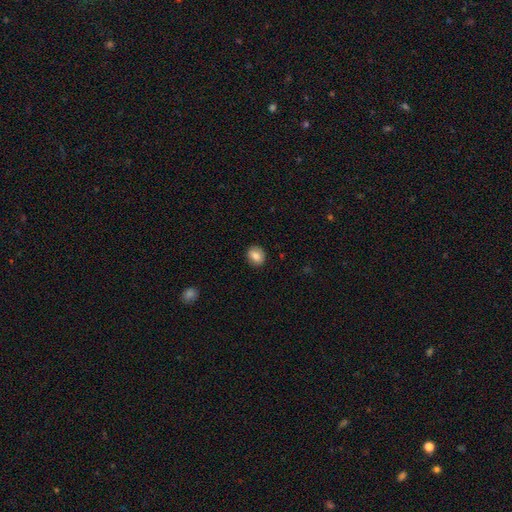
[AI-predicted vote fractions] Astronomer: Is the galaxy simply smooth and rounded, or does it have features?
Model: smooth — 84%.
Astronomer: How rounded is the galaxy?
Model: round — 64%.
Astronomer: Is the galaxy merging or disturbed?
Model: none — 89%.